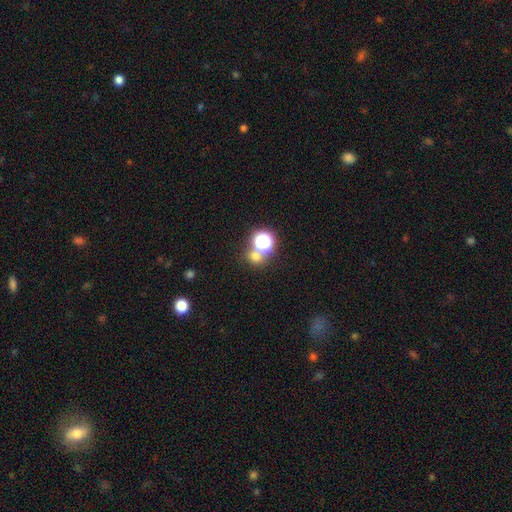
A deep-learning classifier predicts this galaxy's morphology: Overall: smooth (61%; star or artifact 32%). How rounded: round (80%). Merging: none (62%; merger 27%).